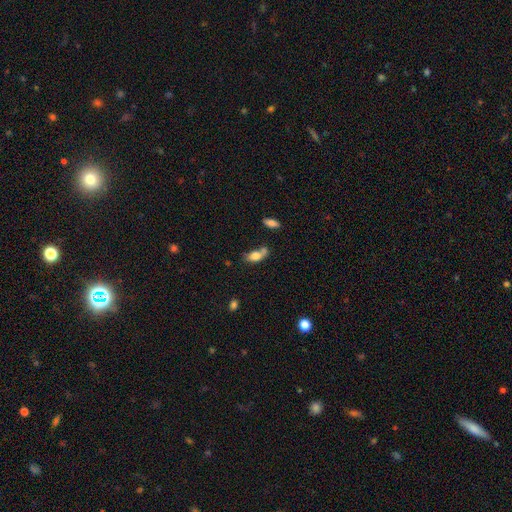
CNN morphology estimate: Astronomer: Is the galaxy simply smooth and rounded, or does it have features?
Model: smooth — 77%.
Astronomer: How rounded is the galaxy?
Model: in between — 83%.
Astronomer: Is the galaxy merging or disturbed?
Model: none — 37% (runner-up: merger, 32%).